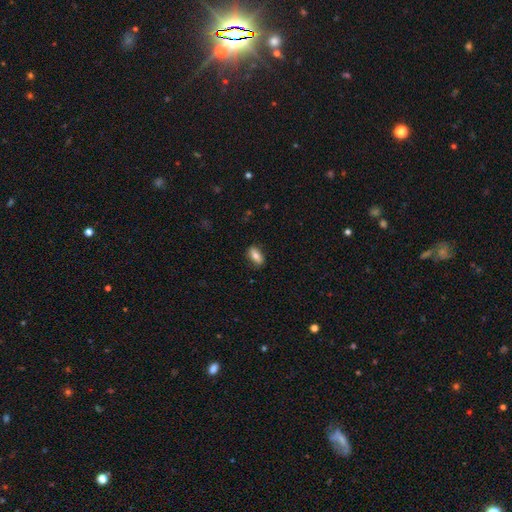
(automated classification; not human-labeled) The model was most divided on "smooth or featured": smooth: 72%, featured or disk: 21%, star or artifact: 7%. More confident: how rounded — in between (84%); merging — none (83%).